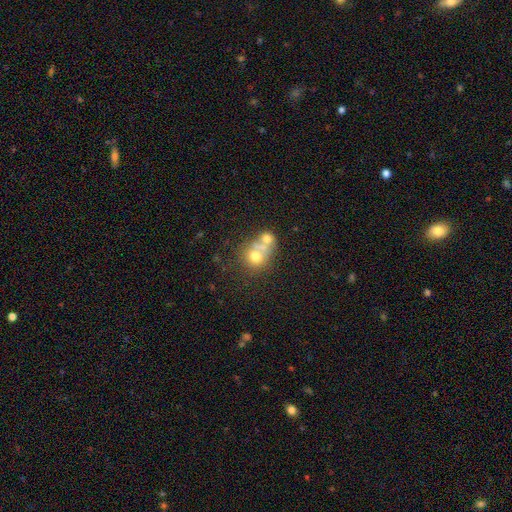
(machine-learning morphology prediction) Q: Smooth or featured?
A: smooth (63%); runner-up: featured or disk (25%)
Q: How rounded?
A: round (67%); runner-up: in between (32%)
Q: Merging?
A: merger (56%); runner-up: none (28%)